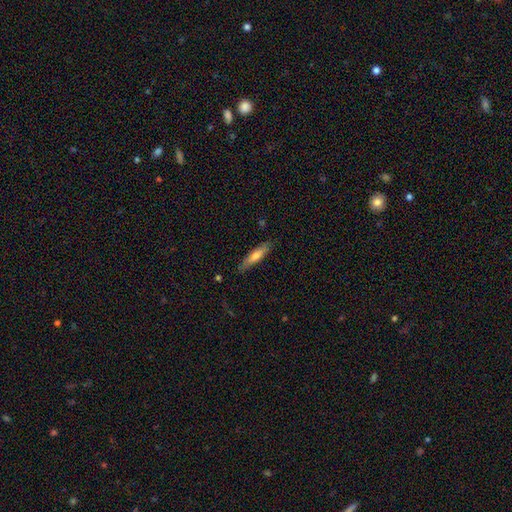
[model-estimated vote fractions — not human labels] Morphology: type=smooth (65%); roundness=cigar-shaped (78%); merging=none (83%).